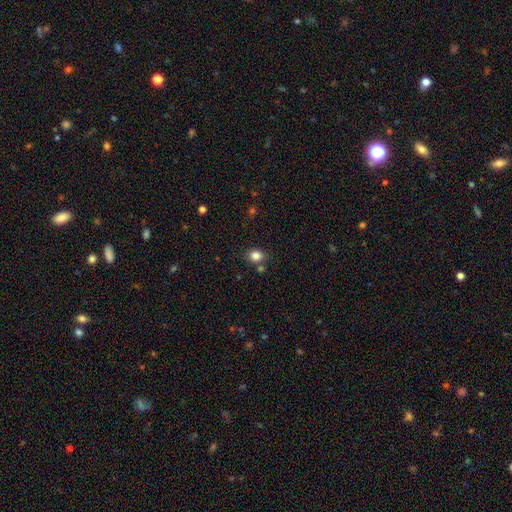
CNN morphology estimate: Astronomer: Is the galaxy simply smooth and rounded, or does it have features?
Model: smooth — 83%.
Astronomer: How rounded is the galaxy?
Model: round — 61% (runner-up: in between, 38%).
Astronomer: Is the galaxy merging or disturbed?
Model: none — 75%.